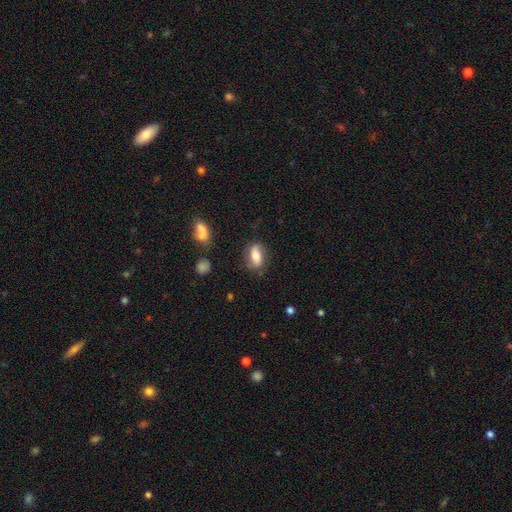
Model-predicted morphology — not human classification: The model was most divided on "smooth or featured": smooth: 63%, featured or disk: 29%, star or artifact: 8%. More confident: how rounded — in between (84%); merging — none (73%).